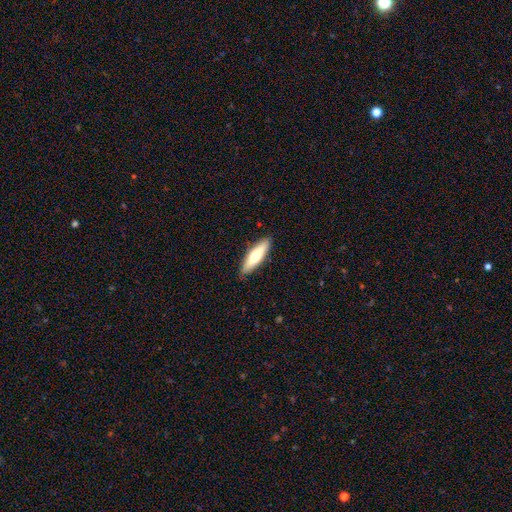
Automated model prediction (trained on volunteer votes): smooth_or_featured: smooth (p=0.64) [alt: featured or disk p=0.30]
how_rounded: cigar-shaped (p=0.61) [alt: in between p=0.38]
merging: none (p=0.88) [alt: minor disturbance p=0.09]